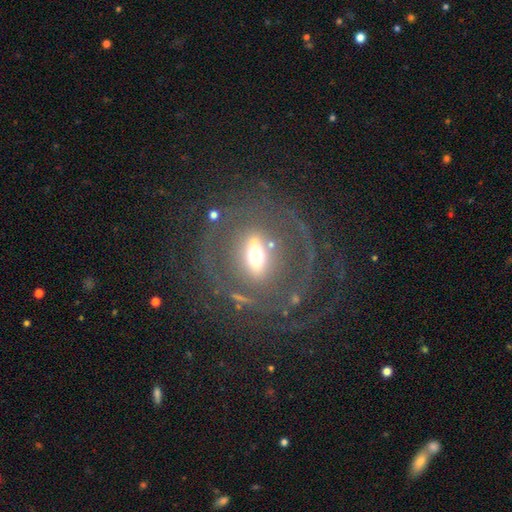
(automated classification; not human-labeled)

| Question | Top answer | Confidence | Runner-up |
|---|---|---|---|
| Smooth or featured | featured or disk | 74% | smooth (17%) |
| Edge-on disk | no | 86% | yes (14%) |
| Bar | strong | 43% | no (29%) |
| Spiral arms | yes | 65% | no (35%) |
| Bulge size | moderate | 55% | large (25%) |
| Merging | none | 65% | major disturbance (18%) |